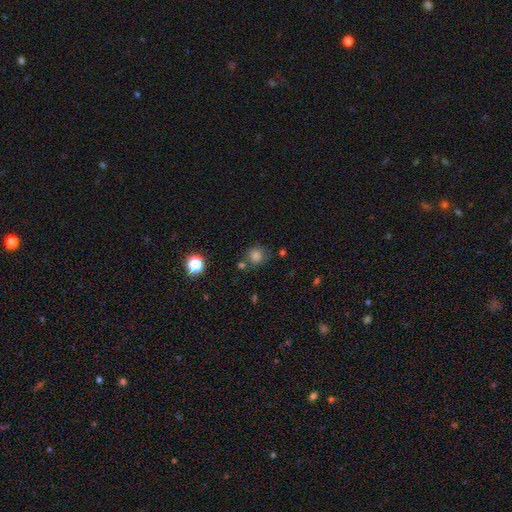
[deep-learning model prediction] Morphology: type=smooth (77%); roundness=round (78%); merging=none (68%).